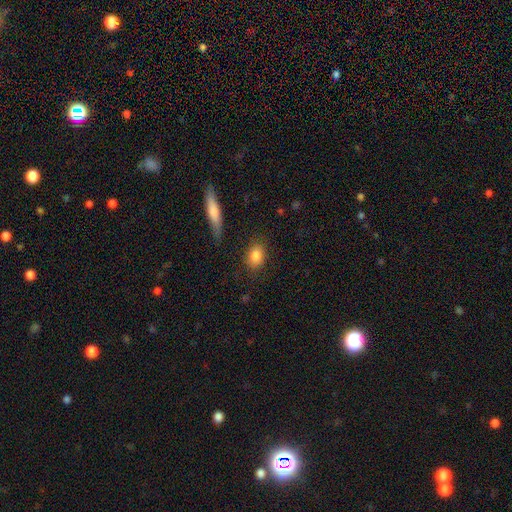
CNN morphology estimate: A smooth galaxy with no disk features (84%) that is in between round and cigar-shaped (68%). Merging: none (82%).